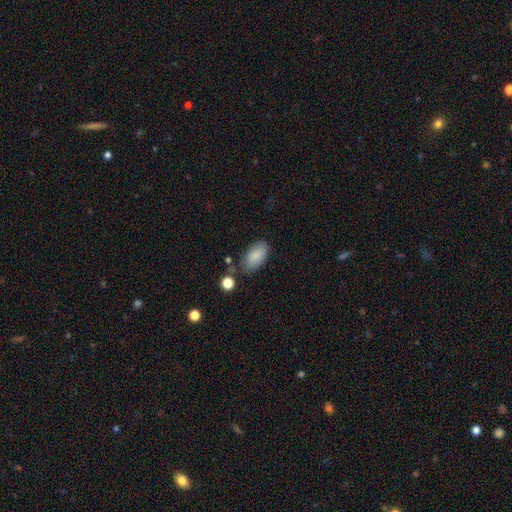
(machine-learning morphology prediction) Smooth or featured? Predicted: smooth (p=0.85). How rounded? Predicted: in between (p=0.94). Merging? Predicted: none (p=0.70).